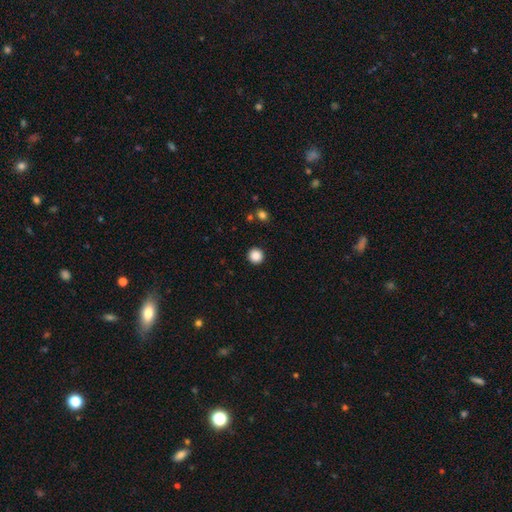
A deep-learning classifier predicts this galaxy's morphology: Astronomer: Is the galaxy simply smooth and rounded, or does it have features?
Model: smooth — 88%.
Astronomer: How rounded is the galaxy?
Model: round — 95%.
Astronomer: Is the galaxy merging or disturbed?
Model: none — 93%.